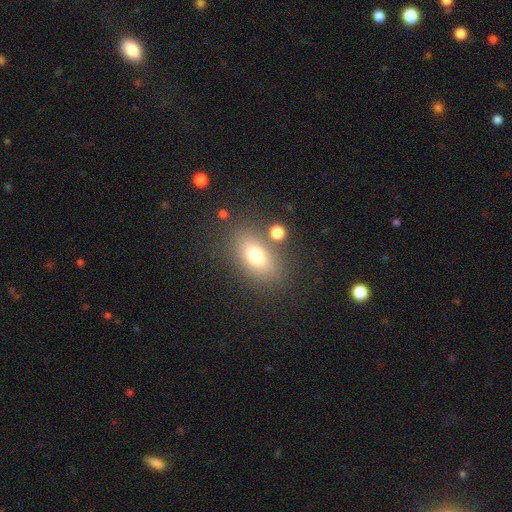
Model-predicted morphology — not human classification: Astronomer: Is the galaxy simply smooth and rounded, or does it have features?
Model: smooth — 73%.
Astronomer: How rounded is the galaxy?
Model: in between — 82%.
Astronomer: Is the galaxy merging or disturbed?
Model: none — 75%.